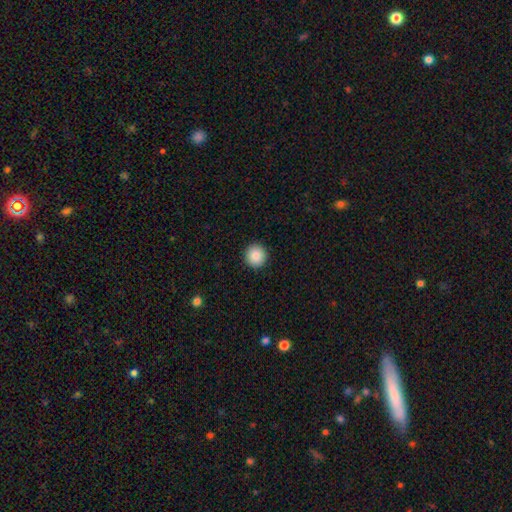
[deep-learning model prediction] smooth_or_featured: smooth (p=0.86) [alt: star or artifact p=0.09]
how_rounded: round (p=0.95) [alt: in between p=0.04]
merging: none (p=0.93) [alt: minor disturbance p=0.05]